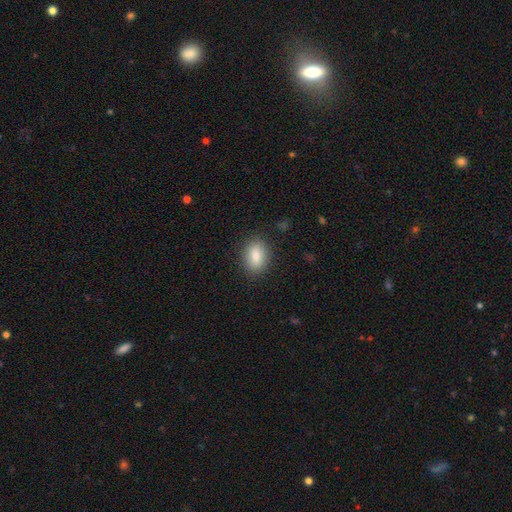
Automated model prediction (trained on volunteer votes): smooth 83%, featured or disk 9%, star or artifact 8%. Down the decision tree: how rounded — in between (80%); merging — none (86%).